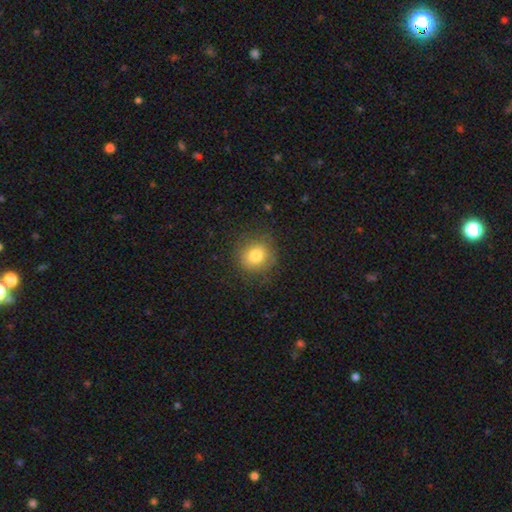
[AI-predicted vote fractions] Smooth or featured?
  - smooth: 80% *
  - star or artifact: 11%
  - featured or disk: 9%
How rounded?
  - round: 87% *
  - in between: 12%
  - cigar-shaped: 1%
Merging?
  - none: 82% *
  - minor disturbance: 12%
  - major disturbance: 5%
  - merger: 1%